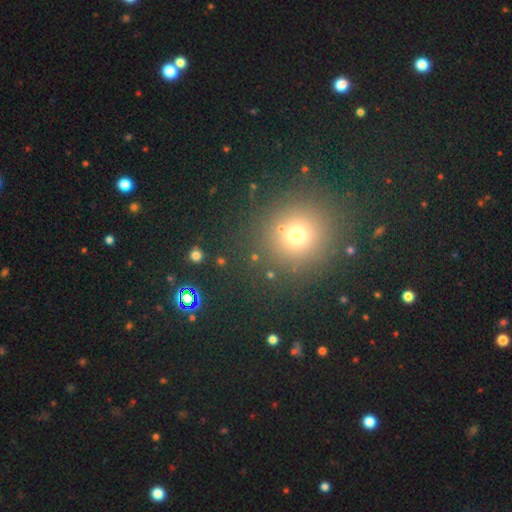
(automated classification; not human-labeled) This is possibly a smooth galaxy (57%). How rounded: clearly round (92%). Merging: clearly none (90%).